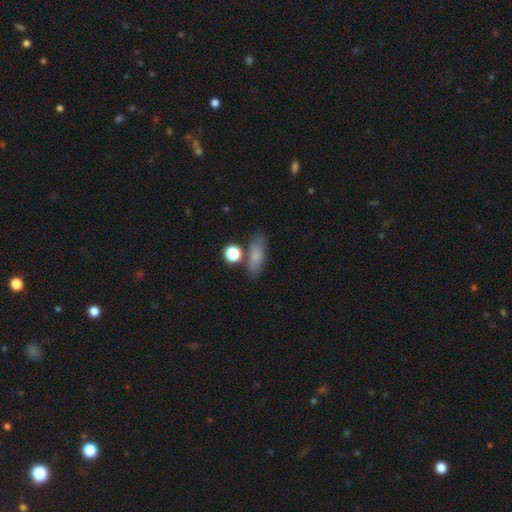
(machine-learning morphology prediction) A smooth galaxy with no disk features (76%) that is in between round and cigar-shaped (68%). Merging: none (68%).